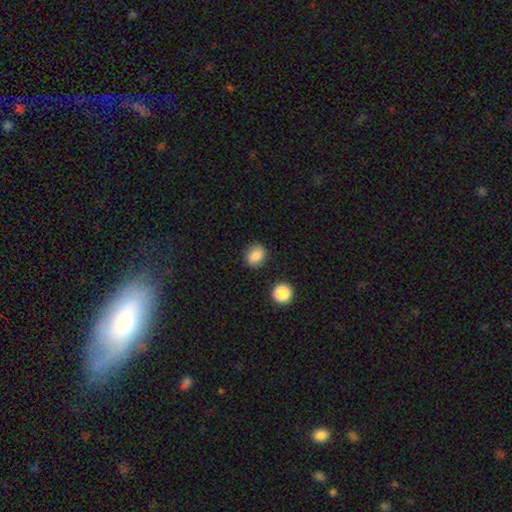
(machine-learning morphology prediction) smooth 85%, star or artifact 10%, featured or disk 6%. Down the decision tree: how rounded — round (57%); merging — none (81%).